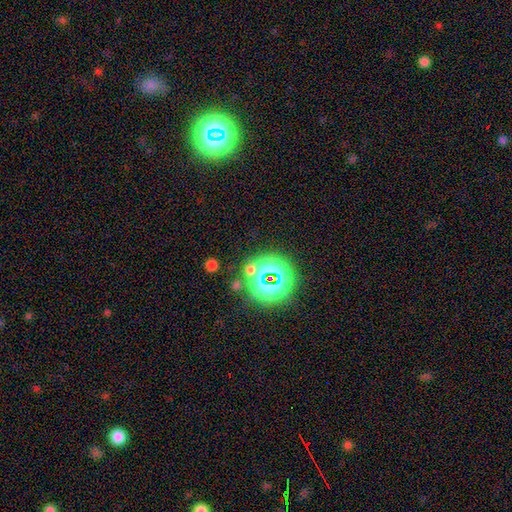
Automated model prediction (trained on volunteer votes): Smooth or featured? Predicted: star or artifact (p=0.73).